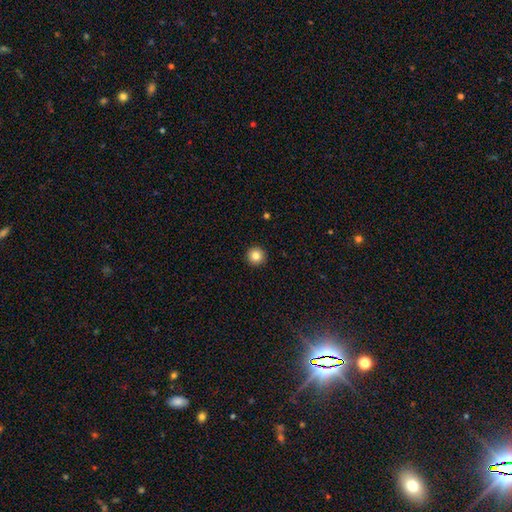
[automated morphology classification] Smooth or featured? Predicted: smooth (p=0.83). How rounded? Predicted: round (p=0.96). Merging? Predicted: none (p=0.93).